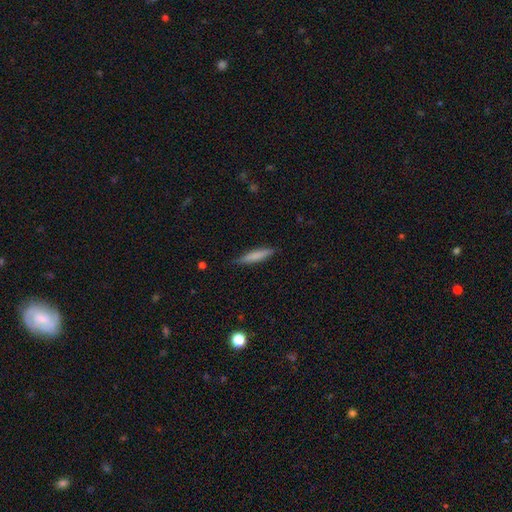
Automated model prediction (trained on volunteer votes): Smooth or featured?
  - smooth: 77% *
  - featured or disk: 17%
  - star or artifact: 6%
How rounded?
  - cigar-shaped: 86% *
  - in between: 13%
  - round: 1%
Merging?
  - none: 84% *
  - minor disturbance: 12%
  - major disturbance: 2%
  - merger: 1%